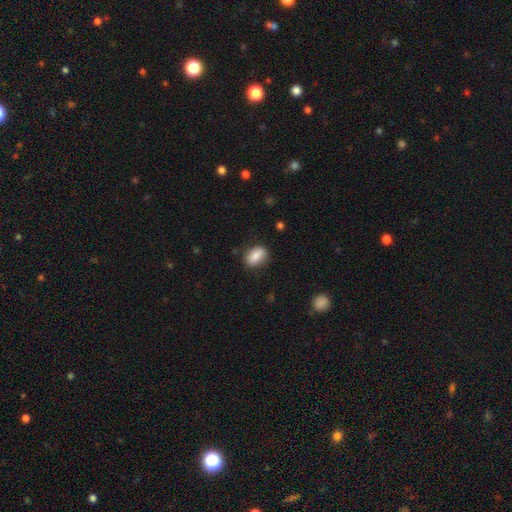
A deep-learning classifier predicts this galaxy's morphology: smooth-or-featured: smooth: 86% | star or artifact: 7% | featured or disk: 7%
  how-rounded: in between: 87% | round: 11% | cigar-shaped: 2%
  merging: none: 78% | minor disturbance: 17% | major disturbance: 4% | merger: 2%